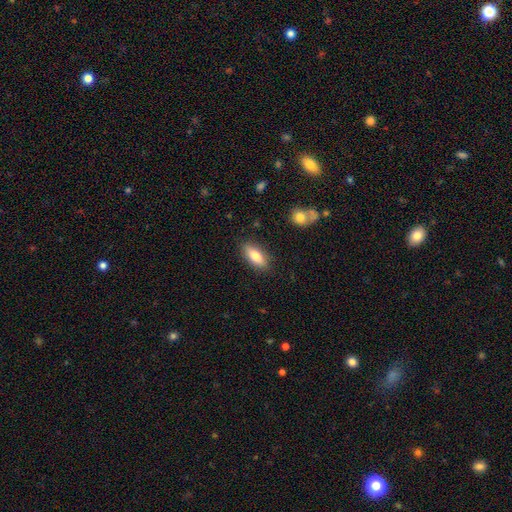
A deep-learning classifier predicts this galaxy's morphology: Smooth or featured? Predicted: smooth (p=0.78). How rounded? Predicted: in between (p=0.75). Merging? Predicted: none (p=0.86).